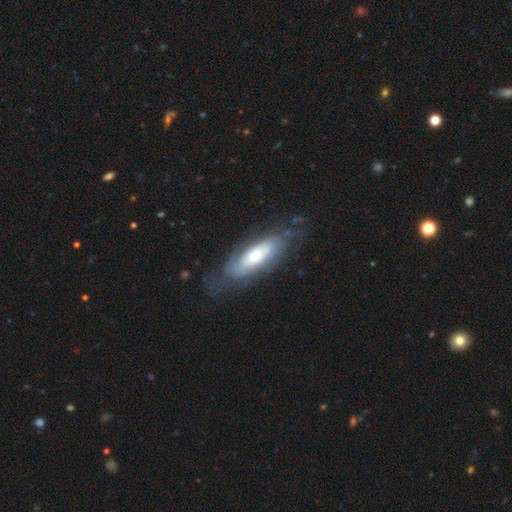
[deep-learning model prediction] featured or disk 55%, smooth 39%, star or artifact 6%. Down the decision tree: edge-on disk — no (78%); merging — none (61%).